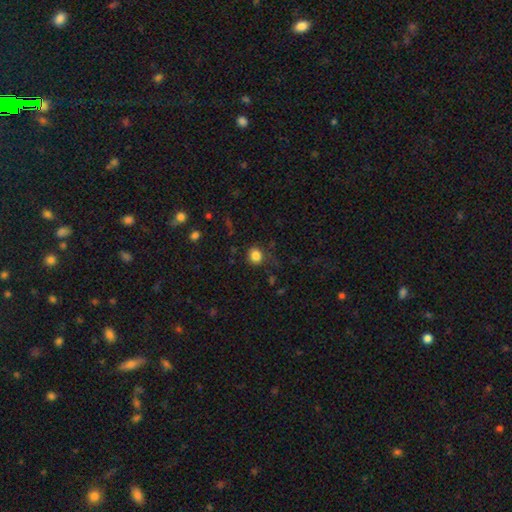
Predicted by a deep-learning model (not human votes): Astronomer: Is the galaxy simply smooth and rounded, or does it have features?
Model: smooth — 83%.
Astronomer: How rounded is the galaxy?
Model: round — 80%.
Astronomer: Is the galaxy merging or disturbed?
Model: none — 78%.